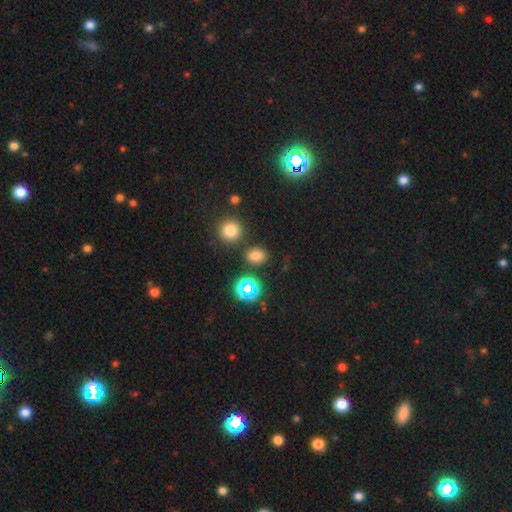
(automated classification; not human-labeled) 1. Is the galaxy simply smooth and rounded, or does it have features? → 70% smooth, 25% star or artifact, 5% featured or disk.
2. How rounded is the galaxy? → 50% round, 49% in between, 1% cigar-shaped.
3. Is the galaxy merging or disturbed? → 80% none, 9% minor disturbance, 7% merger, 3% major disturbance.